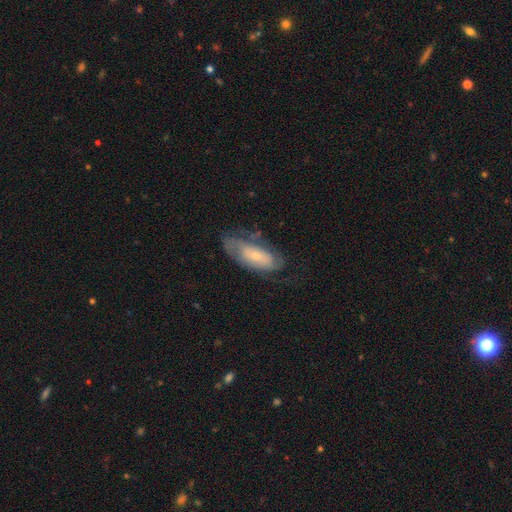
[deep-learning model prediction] A featured or disk galaxy (50%). Merging: none (49%).